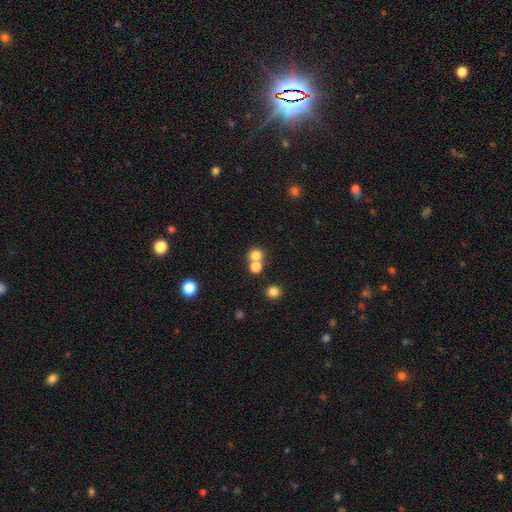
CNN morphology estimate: A smooth galaxy with no disk features (77%) that is round (85%). Merging: none (50%).